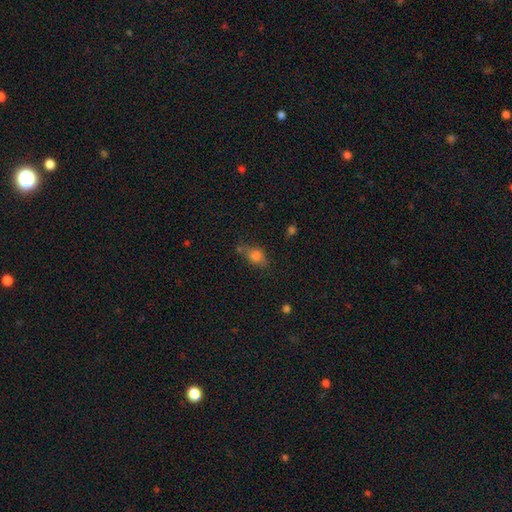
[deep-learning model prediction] Smooth or featured? smooth (72%)
How rounded? in between (63%)
Merging? none (57%)